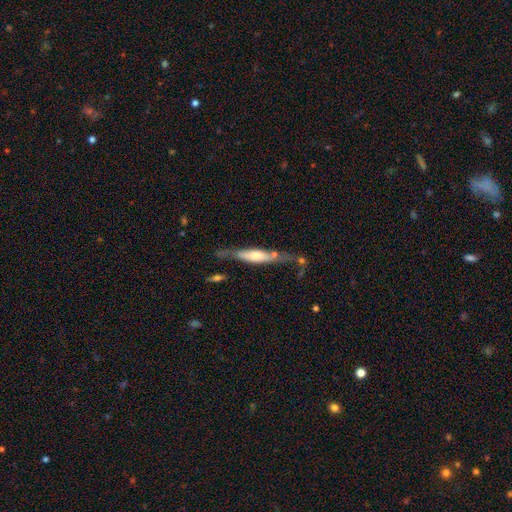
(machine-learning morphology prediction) A featured or disk galaxy (57%) viewed edge-on (81%). Merging: none (56%).